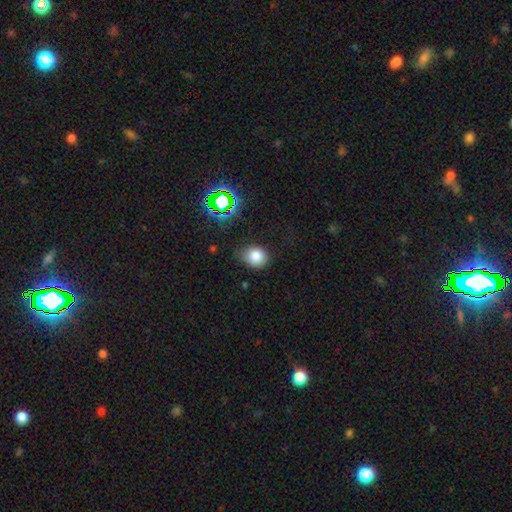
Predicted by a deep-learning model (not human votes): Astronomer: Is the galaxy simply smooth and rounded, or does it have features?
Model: smooth — 80%.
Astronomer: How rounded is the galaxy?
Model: round — 65%.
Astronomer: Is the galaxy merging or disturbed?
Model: none — 66%.